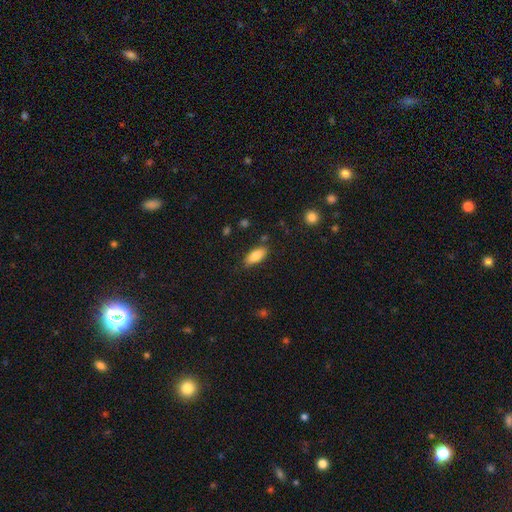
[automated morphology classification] This is clearly a smooth galaxy (81%). How rounded: clearly in between (82%). Merging: clearly none (80%).